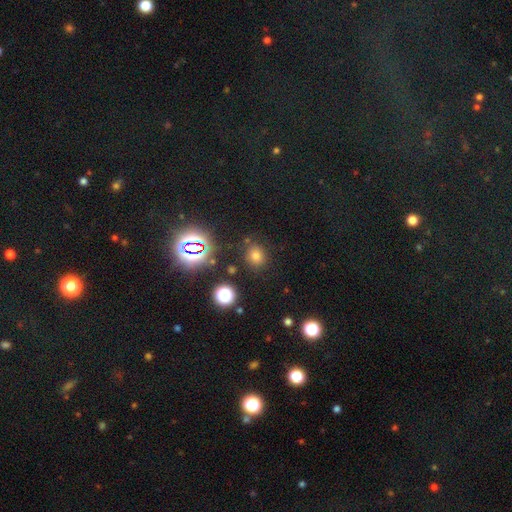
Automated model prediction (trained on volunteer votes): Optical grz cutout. It shows a smooth galaxy with no disk features (68%) that is round (71%). Merging: none (82%).